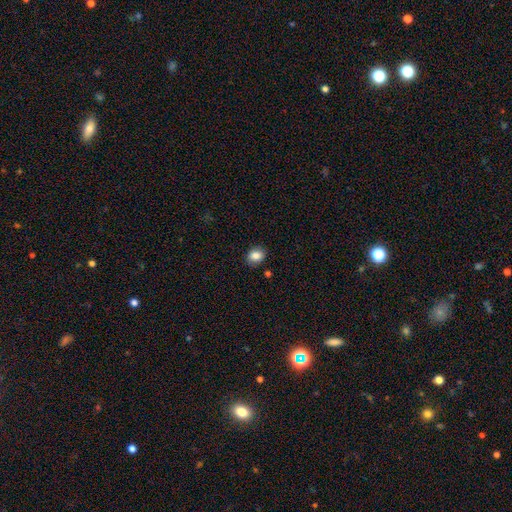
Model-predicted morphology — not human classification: Smooth or featured: smooth — 84% (star or artifact — 9%)
How rounded: round — 57% (in between — 43%)
Merging: none — 87% (minor disturbance — 9%)